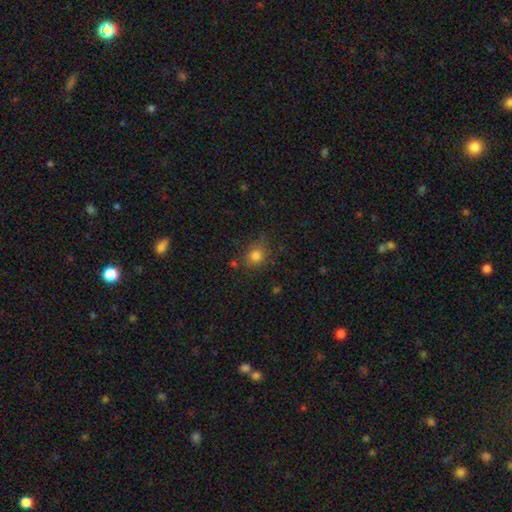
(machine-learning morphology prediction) This appears to be a smooth galaxy with no disk features (79%) that is round (74%). Merging: none (75%).